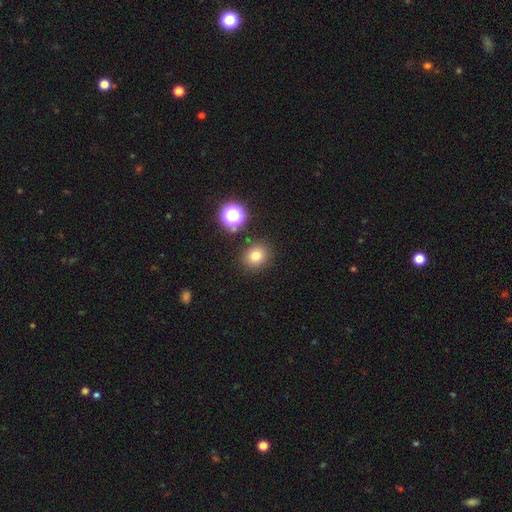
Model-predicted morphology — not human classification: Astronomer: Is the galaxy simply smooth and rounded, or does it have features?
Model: smooth — 76%.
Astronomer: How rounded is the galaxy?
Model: round — 80%.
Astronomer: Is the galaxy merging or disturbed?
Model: none — 86%.